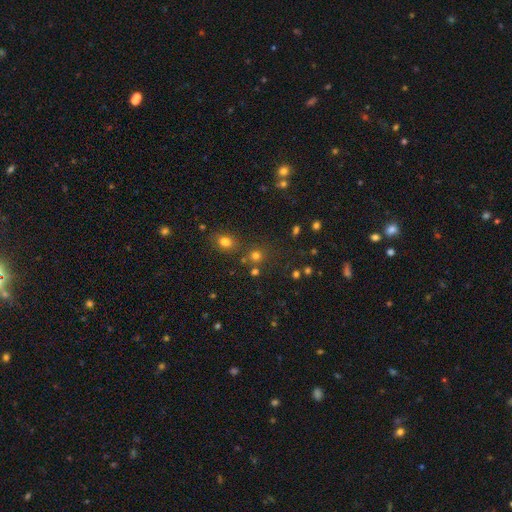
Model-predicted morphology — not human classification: The model was most divided on "smooth or featured": smooth: 70%, star or artifact: 23%, featured or disk: 7%. More confident: how rounded — round (87%); merging — none (70%).